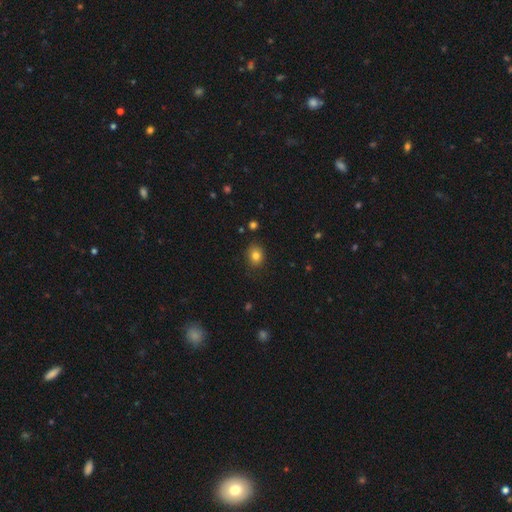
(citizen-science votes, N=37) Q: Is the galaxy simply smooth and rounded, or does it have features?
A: smooth — 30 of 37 (81%).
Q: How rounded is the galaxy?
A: round — 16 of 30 (53%).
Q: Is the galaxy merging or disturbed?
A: none — 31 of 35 (89%).